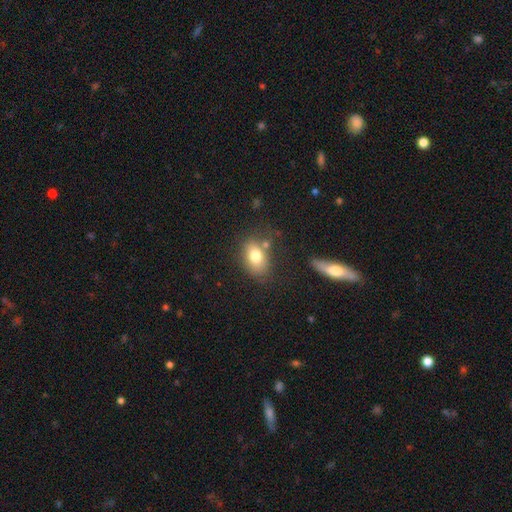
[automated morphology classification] Smooth or featured? smooth (76%)
How rounded? in between (75%)
Merging? none (66%)